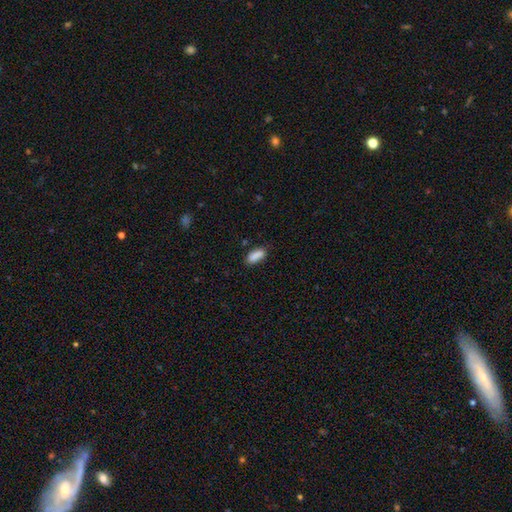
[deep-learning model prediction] Q: Smooth or featured?
A: smooth (88%); runner-up: star or artifact (8%)
Q: How rounded?
A: in between (76%); runner-up: cigar-shaped (21%)
Q: Merging?
A: none (78%); runner-up: minor disturbance (16%)